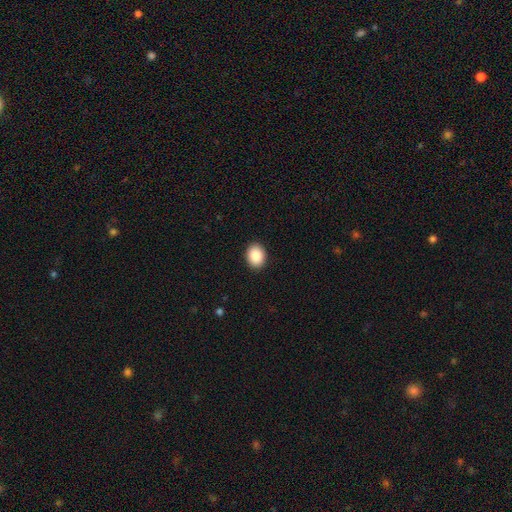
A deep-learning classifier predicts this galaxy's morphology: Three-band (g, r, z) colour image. It shows a smooth galaxy with no disk features (89%) that is in between round and cigar-shaped (58%). Merging: none (91%).